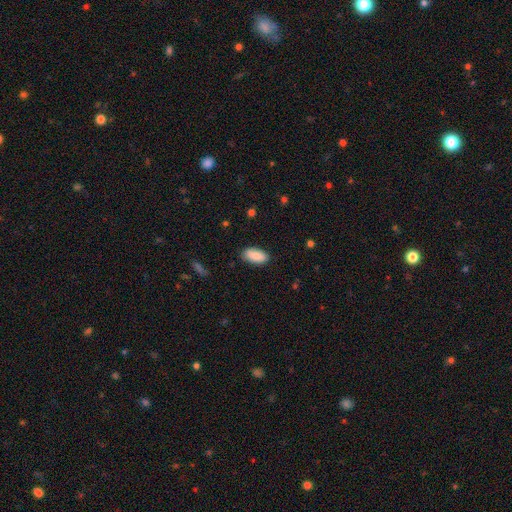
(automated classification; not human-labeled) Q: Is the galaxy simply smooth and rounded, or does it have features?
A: smooth — 87%.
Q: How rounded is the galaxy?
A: in between — 92%.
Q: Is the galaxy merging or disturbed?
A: none — 84%.